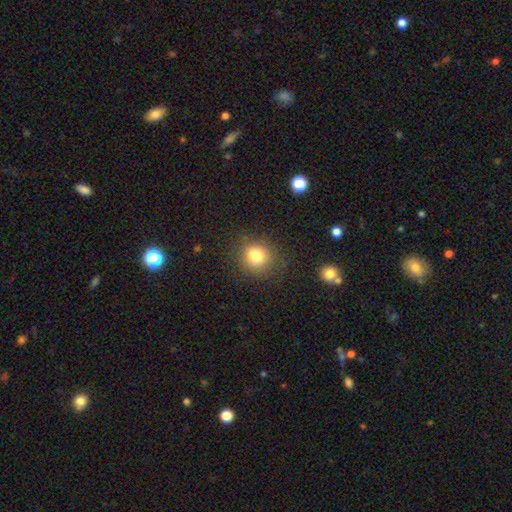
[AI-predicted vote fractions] This appears to be a smooth galaxy with no disk features (81%) that is round (83%). Merging: none (83%).